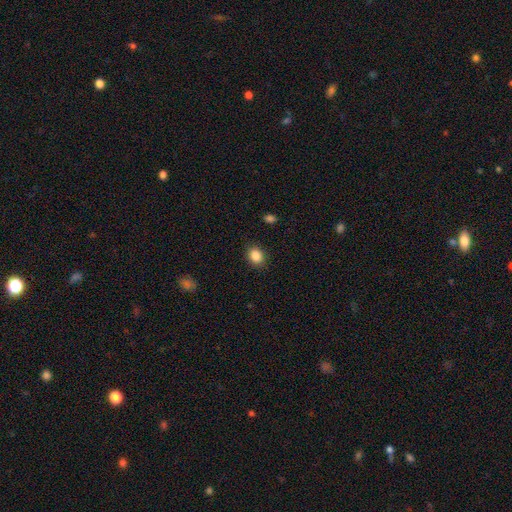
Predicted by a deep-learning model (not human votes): The model was most divided on "how rounded": round: 58%, in between: 41%, cigar-shaped: 1%. More confident: merging — none (89%); smooth or featured — smooth (87%).